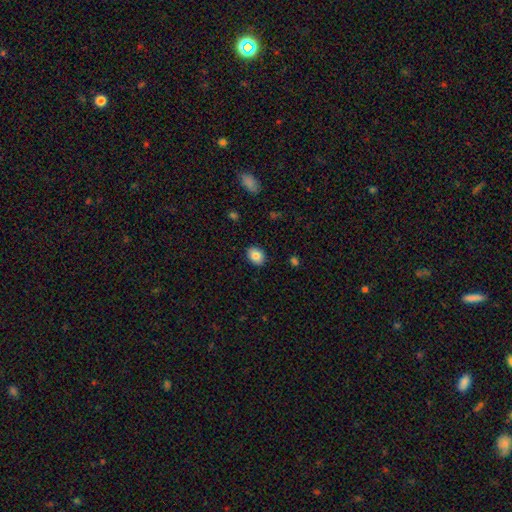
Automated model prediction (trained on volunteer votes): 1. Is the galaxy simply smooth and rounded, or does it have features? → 85% smooth, 8% star or artifact, 7% featured or disk.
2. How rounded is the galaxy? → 61% in between, 38% round, 1% cigar-shaped.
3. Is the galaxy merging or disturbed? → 89% none, 8% minor disturbance, 2% major disturbance, 1% merger.